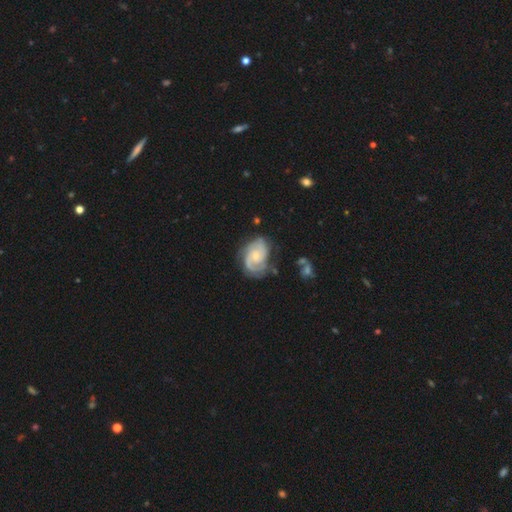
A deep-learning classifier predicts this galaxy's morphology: This is clearly a featured or disk galaxy (85%). It is clearly not viewed edge-on (98%). Bar: possibly no (60%). Spiral arm pattern: clearly yes (97%). Spiral arm count: likely 2 (65%). Spiral winding: possibly tight (51%). Central bulge: possibly small (53%). Merging: likely none (65%).